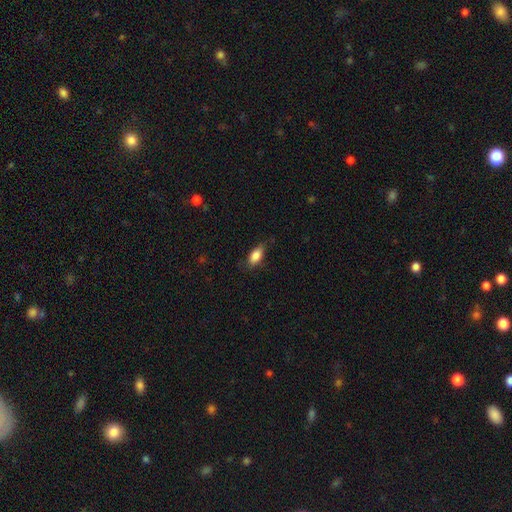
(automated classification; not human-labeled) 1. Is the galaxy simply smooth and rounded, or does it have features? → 84% smooth, 9% featured or disk, 7% star or artifact.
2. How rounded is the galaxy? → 86% in between, 10% cigar-shaped, 4% round.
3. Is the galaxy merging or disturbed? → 71% none, 22% minor disturbance, 5% major disturbance, 1% merger.